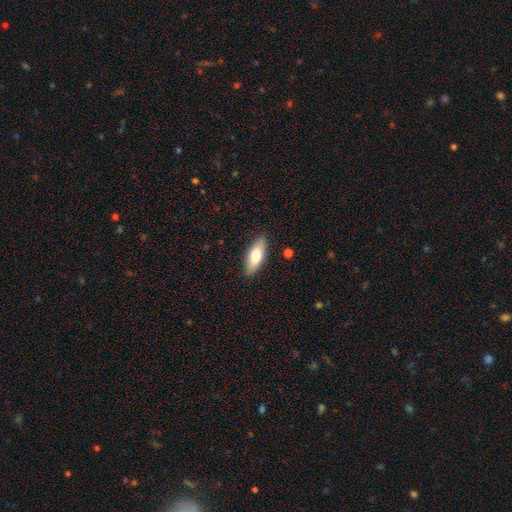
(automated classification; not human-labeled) Smooth or featured: smooth — 71% (featured or disk — 23%)
How rounded: in between — 74% (cigar-shaped — 24%)
Merging: none — 88% (minor disturbance — 9%)